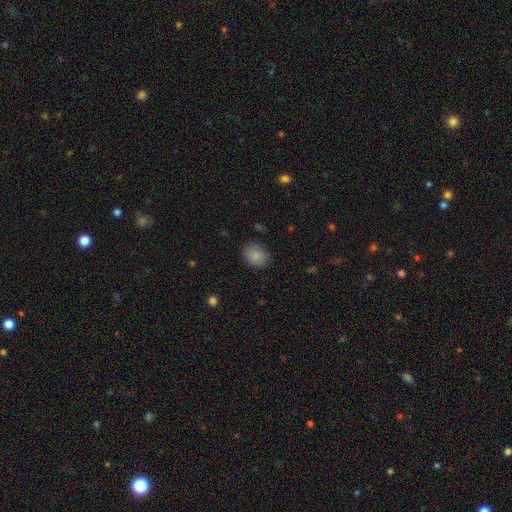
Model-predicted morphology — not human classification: This appears to be a smooth galaxy with no disk features (86%) that is in between round and cigar-shaped (52%). Merging: none (84%).